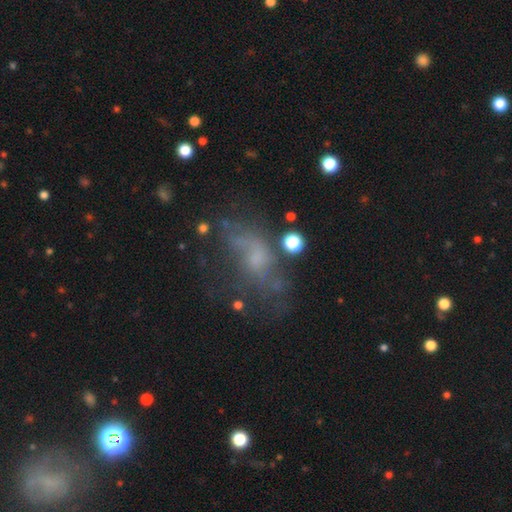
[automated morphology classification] Smooth or featured: featured or disk — 47% (smooth — 33%)
Merging: none — 37% (major disturbance — 35%)